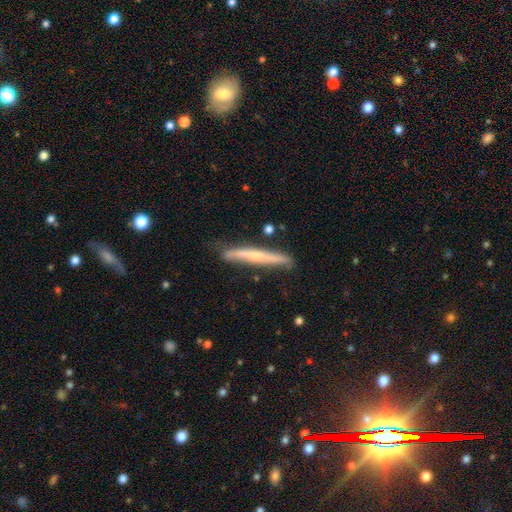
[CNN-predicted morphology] smooth_or_featured: featured or disk (p=0.58) [alt: smooth p=0.36]
disk_edge_on: yes (p=0.93) [alt: no p=0.07]
edge_on_bulge: rounded (p=0.56) [alt: none p=0.40]
merging: none (p=0.78) [alt: minor disturbance p=0.17]